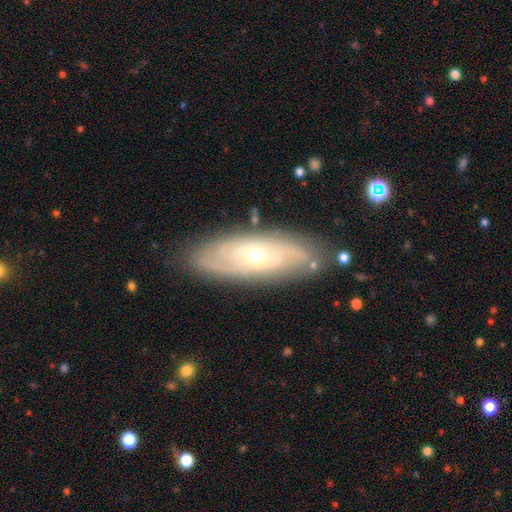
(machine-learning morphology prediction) Smooth or featured: featured or disk — 77% (smooth — 17%)
Edge-on disk: no — 85% (yes — 15%)
Bar: no — 51% (weak — 37%)
Spiral arms: yes — 87% (no — 13%)
Spiral winding: tight — 59% (medium — 31%)
Spiral arm count: can't tell — 44% (2 — 35%)
Bulge size: small — 63% (moderate — 34%)
Merging: none — 83% (minor disturbance — 13%)